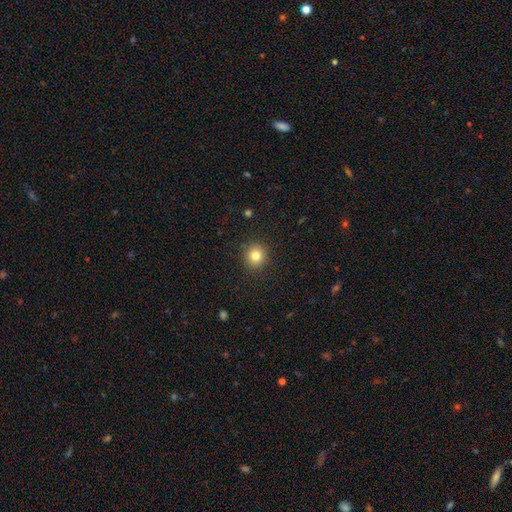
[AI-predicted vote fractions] A smooth galaxy with no disk features (81%) that is round (91%). Merging: none (91%).